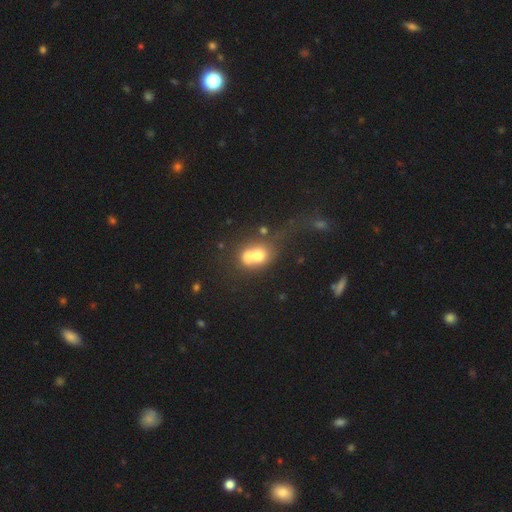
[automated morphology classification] This is likely a smooth galaxy (63%). How rounded: possibly in between (51%). Merging: likely merger (61%).